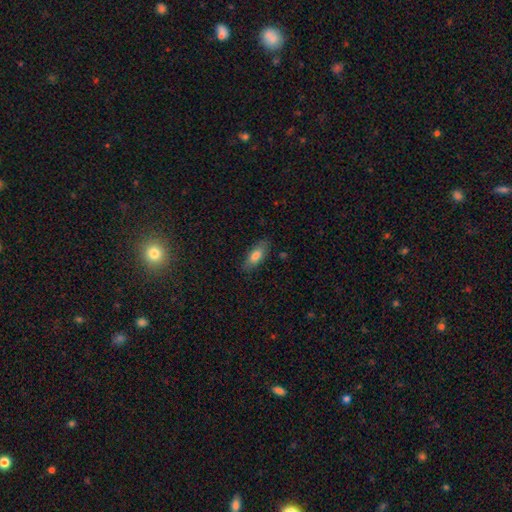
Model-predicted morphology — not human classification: A smooth galaxy with no disk features (78%) that is in between round and cigar-shaped (73%). Merging: none (83%).